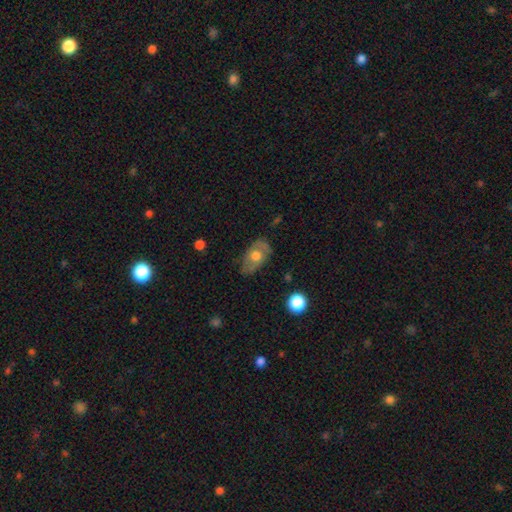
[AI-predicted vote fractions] Smooth or featured? smooth (50%)
How rounded? in between (83%)
Merging? none (67%)